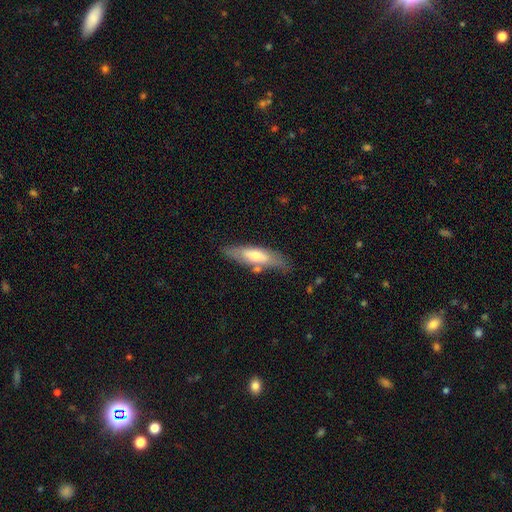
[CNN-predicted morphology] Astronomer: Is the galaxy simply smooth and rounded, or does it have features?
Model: smooth — 52% (runner-up: featured or disk, 42%).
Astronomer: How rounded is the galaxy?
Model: cigar-shaped — 54% (runner-up: in between, 44%).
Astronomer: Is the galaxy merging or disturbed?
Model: none — 73%.